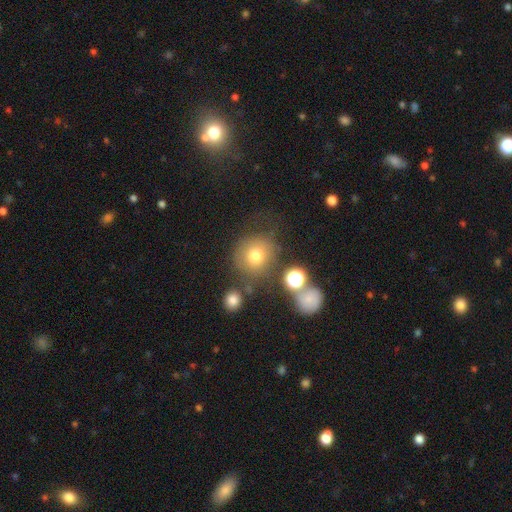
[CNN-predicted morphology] Overall: smooth (72%). How rounded: round (88%). Merging: none (66%).